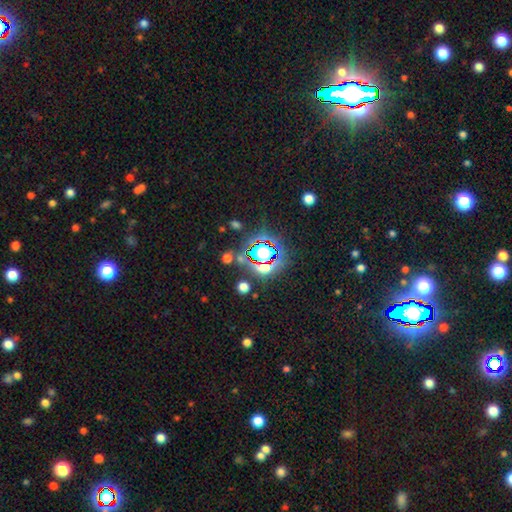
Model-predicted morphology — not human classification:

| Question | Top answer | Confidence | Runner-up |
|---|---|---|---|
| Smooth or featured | star or artifact | 79% | smooth (13%) |